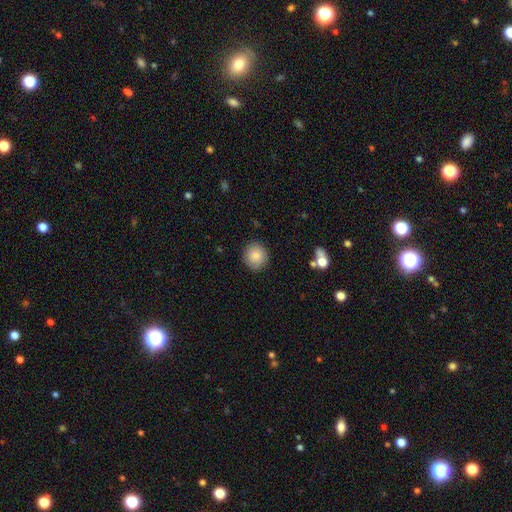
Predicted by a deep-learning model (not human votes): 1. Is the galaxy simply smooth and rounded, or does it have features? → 84% smooth, 8% star or artifact, 7% featured or disk.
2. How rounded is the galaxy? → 89% round, 10% in between, 1% cigar-shaped.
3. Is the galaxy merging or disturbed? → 88% none, 8% minor disturbance, 2% major disturbance, 2% merger.